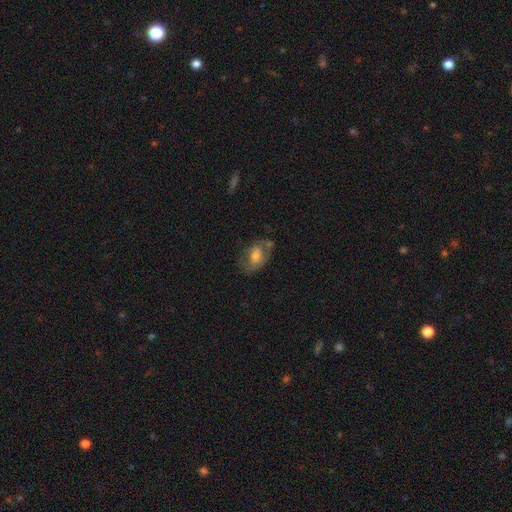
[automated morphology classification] Smooth or featured? Predicted: smooth (p=0.50). Merging? Predicted: none (p=0.49).